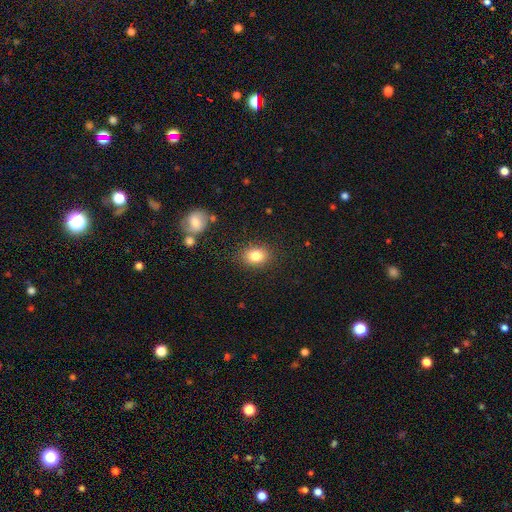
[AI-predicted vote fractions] smooth 83%, star or artifact 10%, featured or disk 7%. Down the decision tree: how rounded — in between (60%); merging — none (84%).